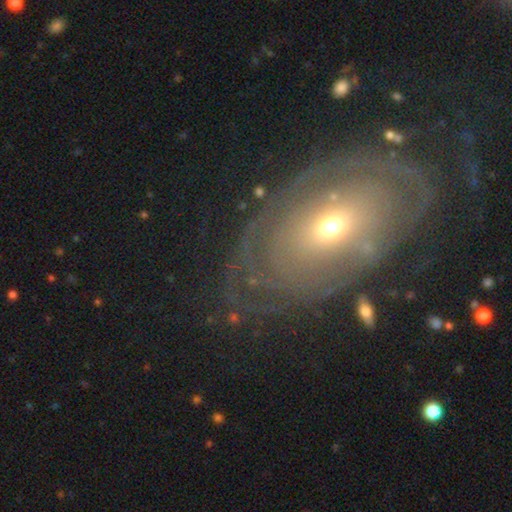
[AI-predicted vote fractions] This is likely a featured or disk galaxy (75%). It is clearly not viewed edge-on (92%). Bar: likely no (76%). Spiral arm pattern: likely yes (74%). Spiral arm count: possibly can't tell (58%). Spiral winding: likely tight (78%). Central bulge: possibly small (52%). Merging: likely none (75%).